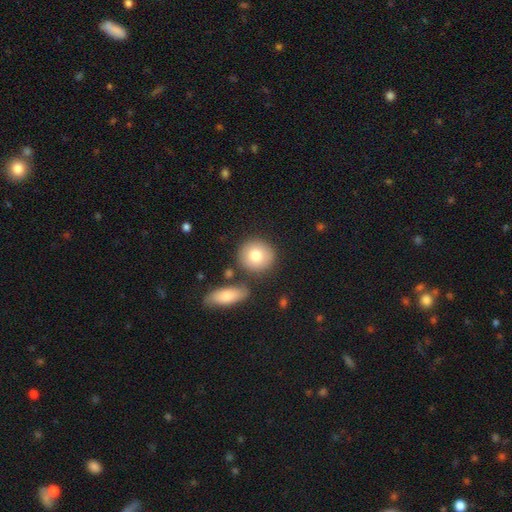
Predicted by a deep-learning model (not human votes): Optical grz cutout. It shows a smooth galaxy with no disk features (80%) that is round (88%). Merging: none (77%).